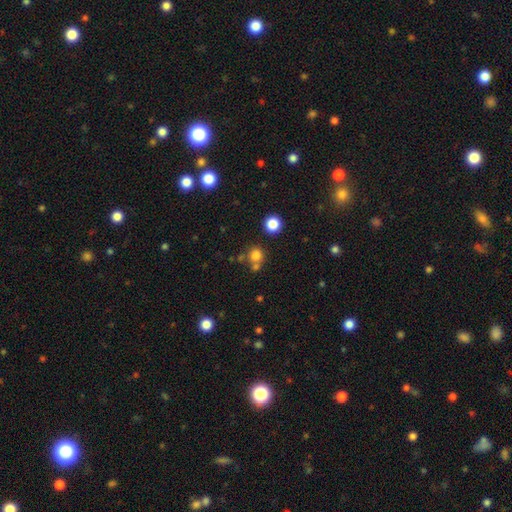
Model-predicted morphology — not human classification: smooth_or_featured: smooth (p=0.76) [alt: star or artifact p=0.16]
how_rounded: round (p=0.87) [alt: in between p=0.12]
merging: none (p=0.62) [alt: merger p=0.24]